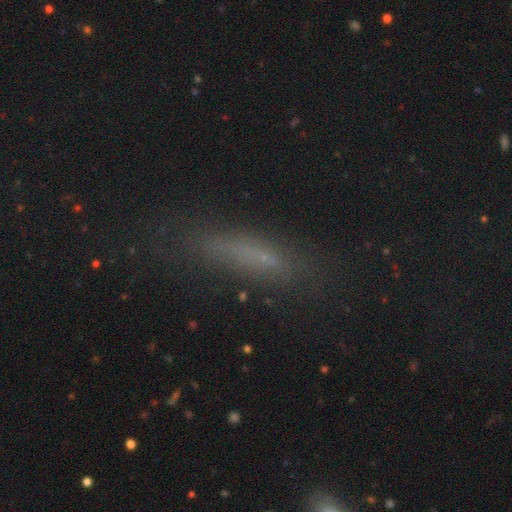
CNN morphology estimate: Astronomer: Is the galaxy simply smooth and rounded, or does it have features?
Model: smooth — 60%.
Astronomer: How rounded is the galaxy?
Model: cigar-shaped — 79%.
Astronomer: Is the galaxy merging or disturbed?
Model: none — 73%.